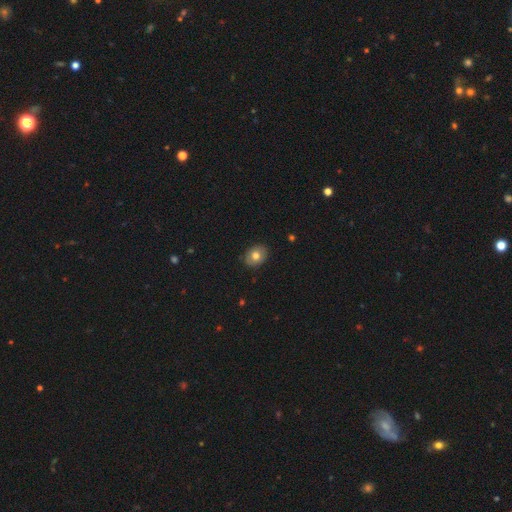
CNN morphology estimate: smooth-or-featured: smooth: 77% | featured or disk: 15% | star or artifact: 9%
  how-rounded: in between: 57% | round: 42% | cigar-shaped: 1%
  merging: none: 87% | minor disturbance: 10% | major disturbance: 2% | merger: 1%